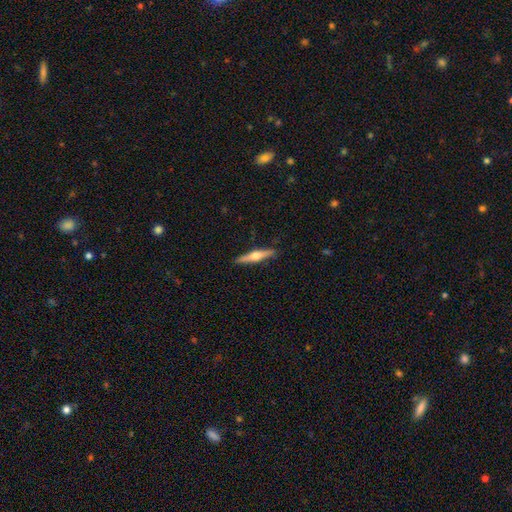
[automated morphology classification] type=featured or disk (62%); edge-on=yes (97%); edge-on bulge=rounded (93%); merging=none (89%).